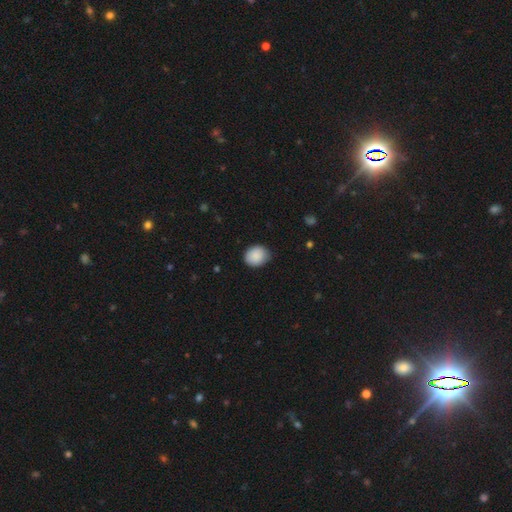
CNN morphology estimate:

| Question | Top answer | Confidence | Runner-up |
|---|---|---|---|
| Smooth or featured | smooth | 89% | star or artifact (7%) |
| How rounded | round | 62% | in between (37%) |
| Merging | none | 79% | minor disturbance (18%) |